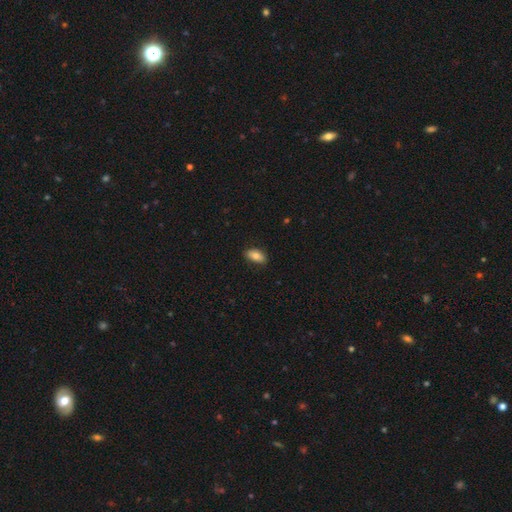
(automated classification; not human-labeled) Overall: smooth (79%). How rounded: in between (91%). Merging: none (84%).